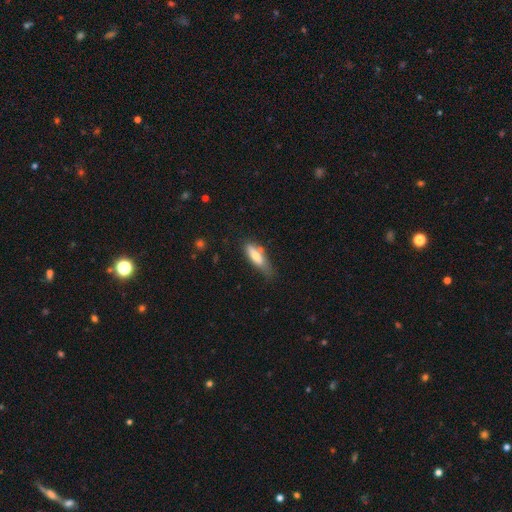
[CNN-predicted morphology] smooth 66%, featured or disk 27%, star or artifact 7%. Down the decision tree: how rounded — in between (49%, tied with cigar-shaped); merging — none (52%).